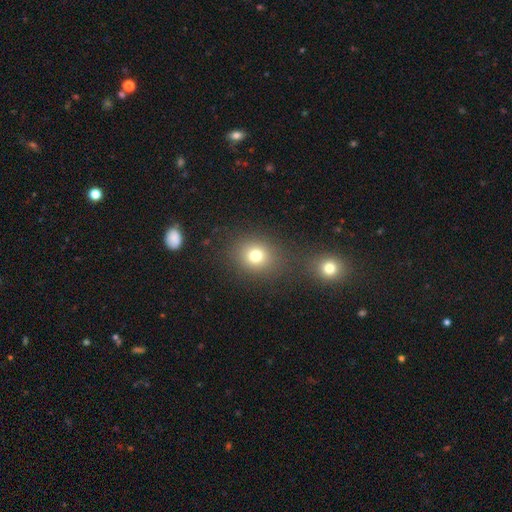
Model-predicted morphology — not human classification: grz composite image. It shows a smooth galaxy with no disk features (75%) that is round (71%). Merging: none (74%).